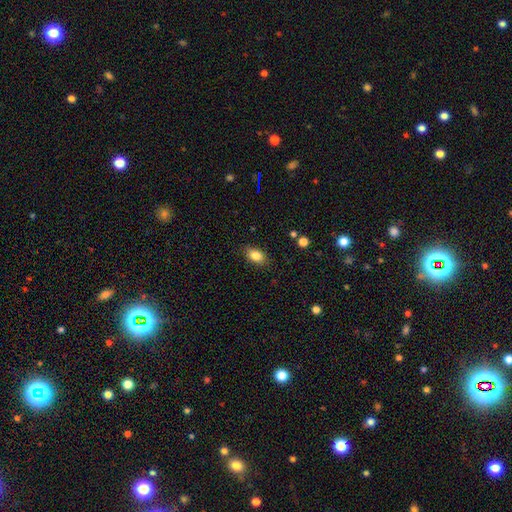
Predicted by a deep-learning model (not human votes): smooth 83%, star or artifact 9%, featured or disk 8%. Down the decision tree: how rounded — in between (85%); merging — none (86%).